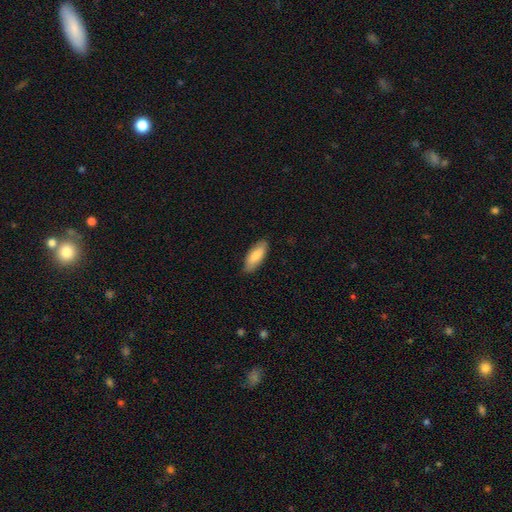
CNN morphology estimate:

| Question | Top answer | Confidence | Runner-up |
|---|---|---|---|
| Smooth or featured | smooth | 83% | featured or disk (12%) |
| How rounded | in between | 78% | cigar-shaped (21%) |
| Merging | none | 85% | minor disturbance (12%) |